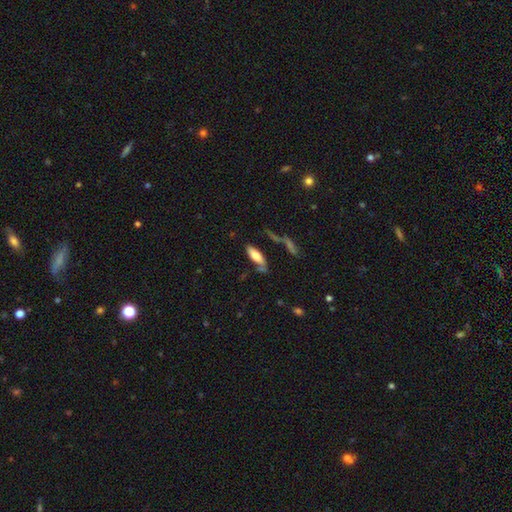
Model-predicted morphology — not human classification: A smooth galaxy with no disk features (70%) that is in between round and cigar-shaped (62%). Merging: none (64%).